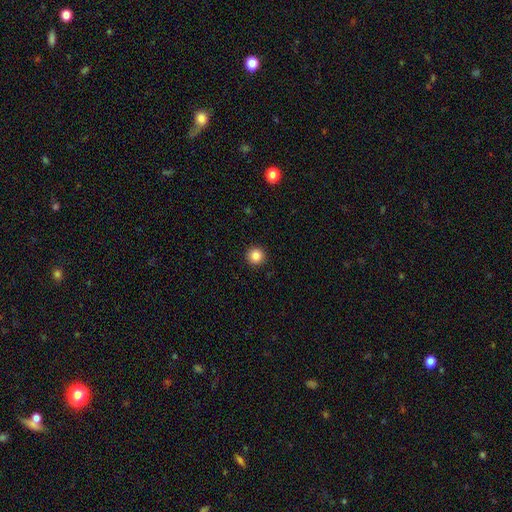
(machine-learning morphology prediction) Smooth or featured?
  - smooth: 85% *
  - star or artifact: 11%
  - featured or disk: 5%
How rounded?
  - round: 96% *
  - in between: 3%
  - cigar-shaped: 1%
Merging?
  - none: 94% *
  - minor disturbance: 4%
  - major disturbance: 1%
  - merger: 1%